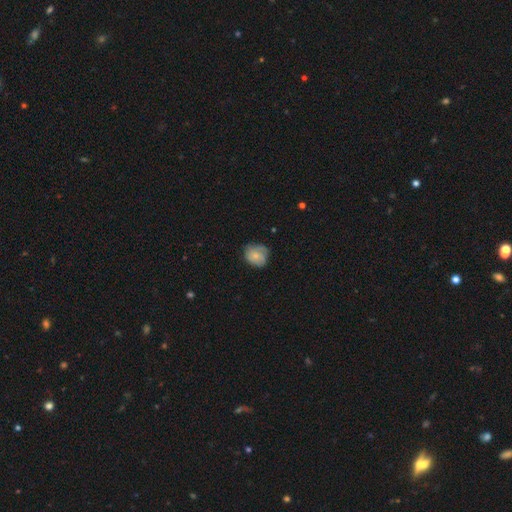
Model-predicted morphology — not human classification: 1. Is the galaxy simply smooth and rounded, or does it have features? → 59% smooth, 33% featured or disk, 8% star or artifact.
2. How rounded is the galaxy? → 68% round, 31% in between, 1% cigar-shaped.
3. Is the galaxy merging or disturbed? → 58% none, 30% minor disturbance, 10% major disturbance, 2% merger.